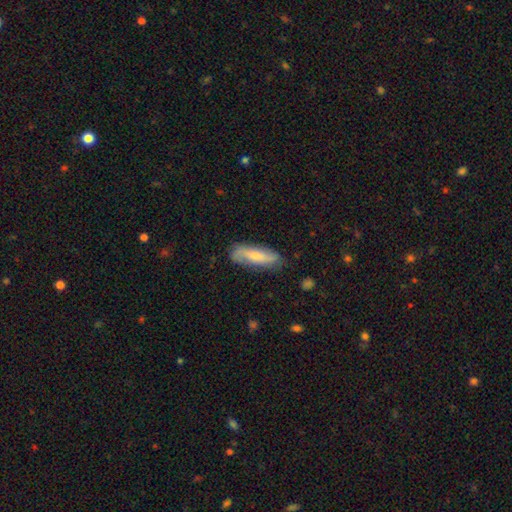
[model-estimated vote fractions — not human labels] This appears to be a smooth galaxy with no disk features (57%) that is cigar-shaped (57%). Merging: none (80%).